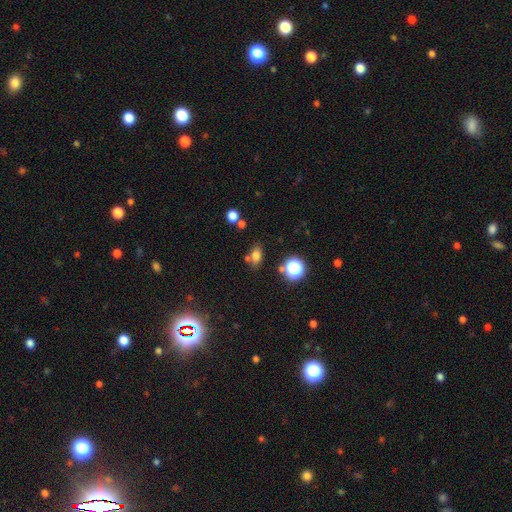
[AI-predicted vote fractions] smooth_or_featured: smooth (p=0.73) [alt: star or artifact p=0.18]
how_rounded: in between (p=0.76) [alt: round p=0.21]
merging: none (p=0.69) [alt: merger p=0.14]